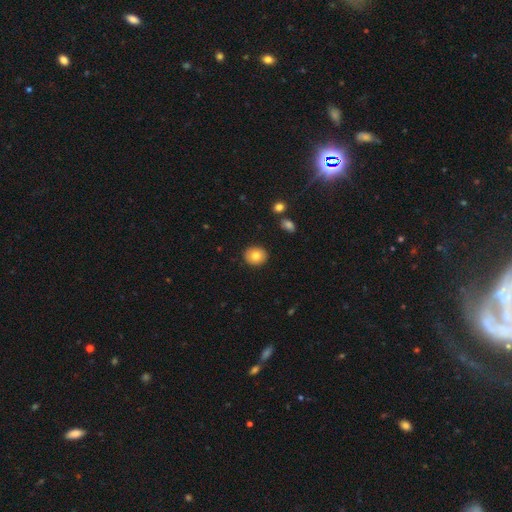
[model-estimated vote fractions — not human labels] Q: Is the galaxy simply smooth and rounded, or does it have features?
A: smooth — 81%.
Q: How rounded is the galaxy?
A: round — 71%.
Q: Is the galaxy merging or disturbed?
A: none — 90%.